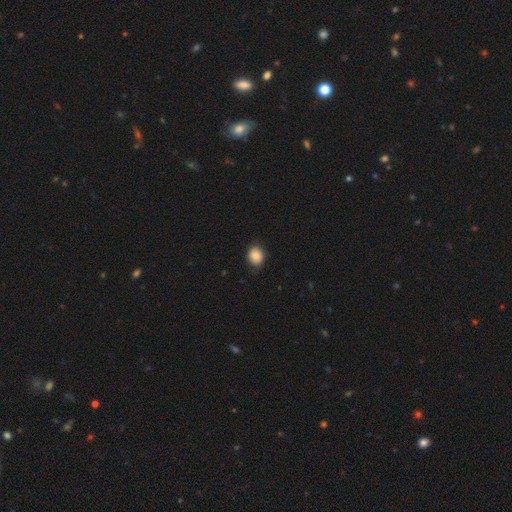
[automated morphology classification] Smooth or featured? smooth (85%)
How rounded? round (58%)
Merging? none (82%)